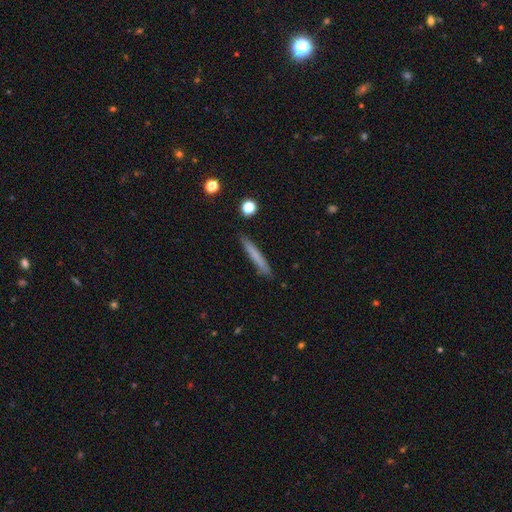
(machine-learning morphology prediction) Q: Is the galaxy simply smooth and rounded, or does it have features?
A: smooth — 72%.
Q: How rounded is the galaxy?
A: cigar-shaped — 95%.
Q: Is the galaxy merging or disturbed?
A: none — 88%.